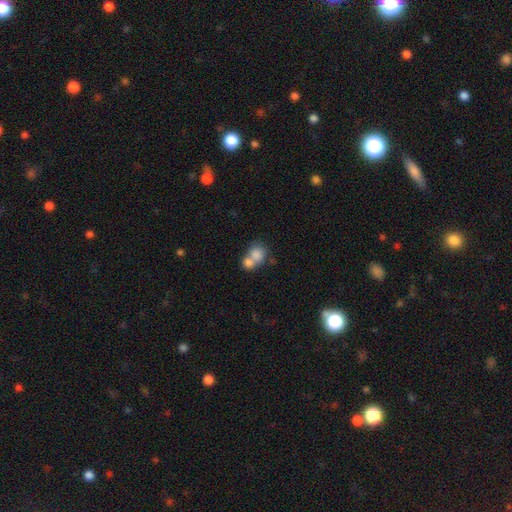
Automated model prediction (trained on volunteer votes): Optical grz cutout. It shows a smooth galaxy with no disk features (78%) that is round (66%). Merging: merger (64%).